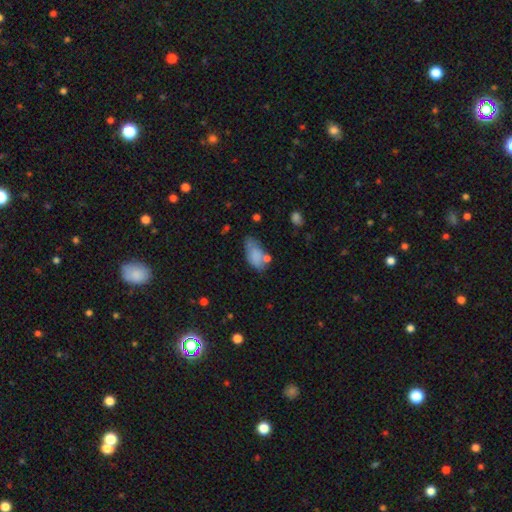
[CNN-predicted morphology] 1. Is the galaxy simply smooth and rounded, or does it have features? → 78% smooth, 14% featured or disk, 8% star or artifact.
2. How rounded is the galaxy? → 92% in between, 4% cigar-shaped, 4% round.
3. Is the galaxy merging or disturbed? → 44% none, 31% minor disturbance, 13% merger, 12% major disturbance.